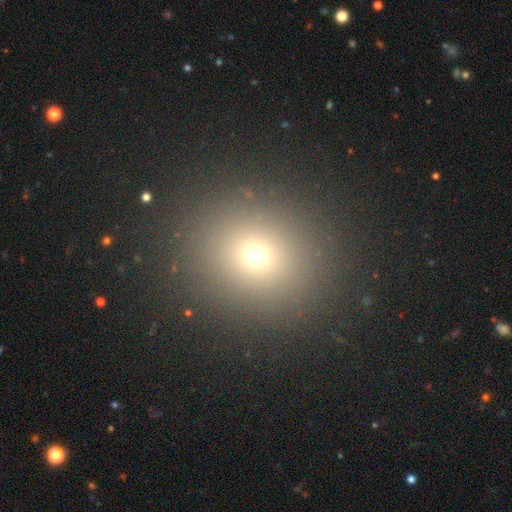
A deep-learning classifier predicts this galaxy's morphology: This is likely a smooth galaxy (69%). How rounded: clearly round (81%). Merging: clearly none (90%).